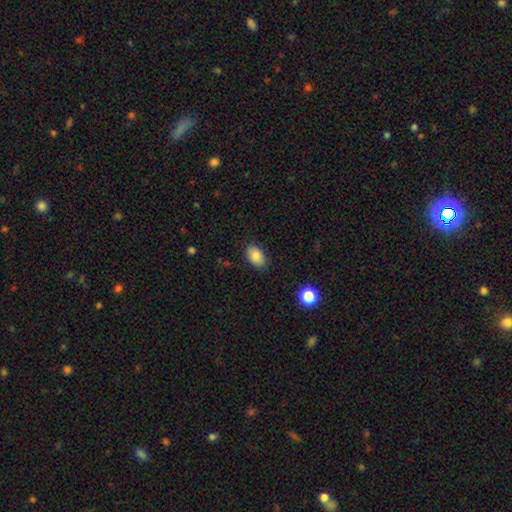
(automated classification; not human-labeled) A smooth galaxy with no disk features (84%) that is in between round and cigar-shaped (87%). Merging: none (84%).